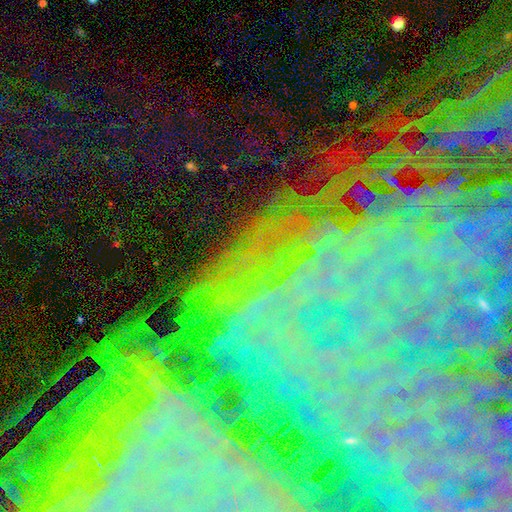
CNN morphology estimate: Smooth or featured?
  - star or artifact: 60% *
  - featured or disk: 28%
  - smooth: 12%